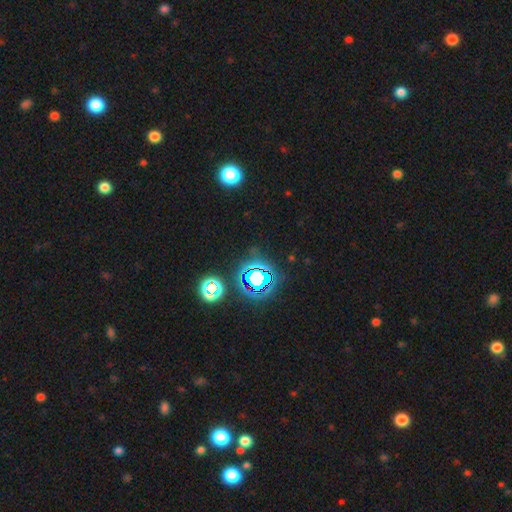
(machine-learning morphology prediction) smooth-or-featured: star or artifact: 81% | smooth: 13% | featured or disk: 6%